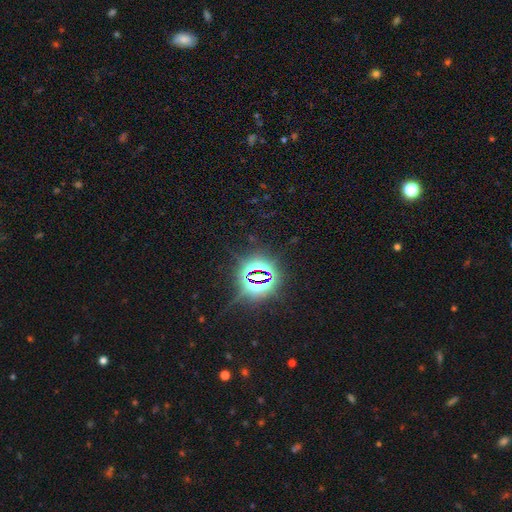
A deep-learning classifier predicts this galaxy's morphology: This is clearly a star or artifact rather than a galaxy (83%).